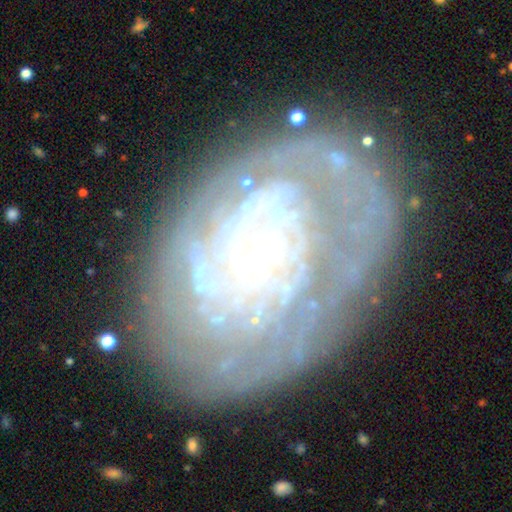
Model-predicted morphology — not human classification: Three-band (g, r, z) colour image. It shows a featured or disk galaxy (80%) with no bar (71%), tight (74%) spiral arms (85%) and a small central bulge (83%). Merging: none (71%).